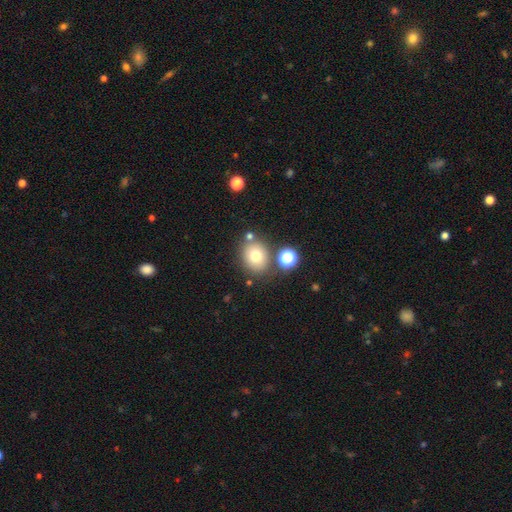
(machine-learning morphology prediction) Smooth or featured?
  - smooth: 73% *
  - star or artifact: 14%
  - featured or disk: 13%
How rounded?
  - round: 69% *
  - in between: 30%
  - cigar-shaped: 1%
Merging?
  - none: 74% *
  - minor disturbance: 12%
  - merger: 10%
  - major disturbance: 4%